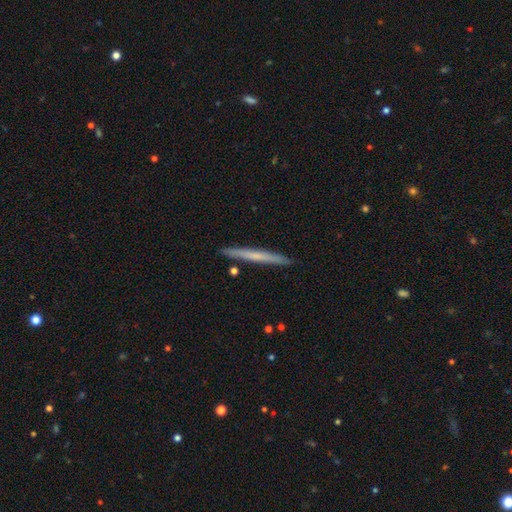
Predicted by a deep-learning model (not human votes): The model was most divided on "smooth or featured": smooth: 51%, featured or disk: 43%, star or artifact: 6%. More confident: how rounded — cigar-shaped (97%); merging — none (91%).